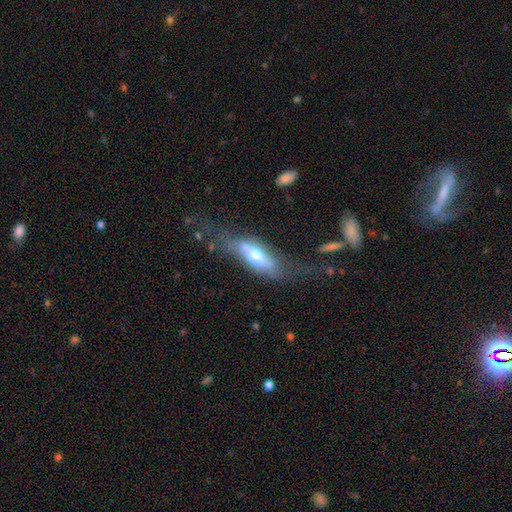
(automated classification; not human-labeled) smooth_or_featured: featured or disk (p=0.50) [alt: smooth p=0.44]
merging: none (p=0.40) [alt: major disturbance p=0.27]